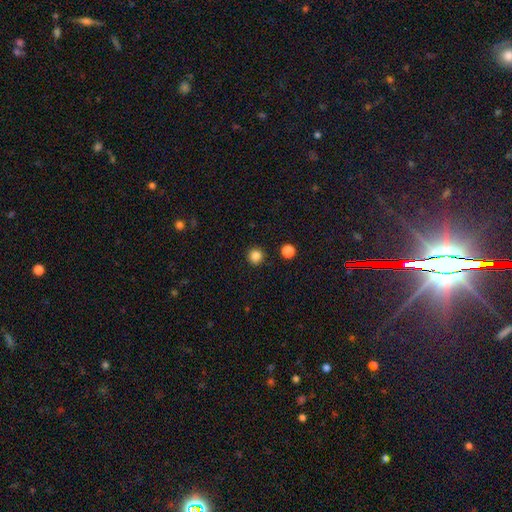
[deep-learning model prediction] A smooth galaxy with no disk features (84%) that is round (94%).

Vote fractions:
- Smooth or featured? smooth: 84% / star or artifact: 12% / featured or disk: 4%
- How rounded? round: 94% / in between: 5% / cigar-shaped: 1%
- Merging? none: 91% / minor disturbance: 5% / major disturbance: 2% / merger: 2%